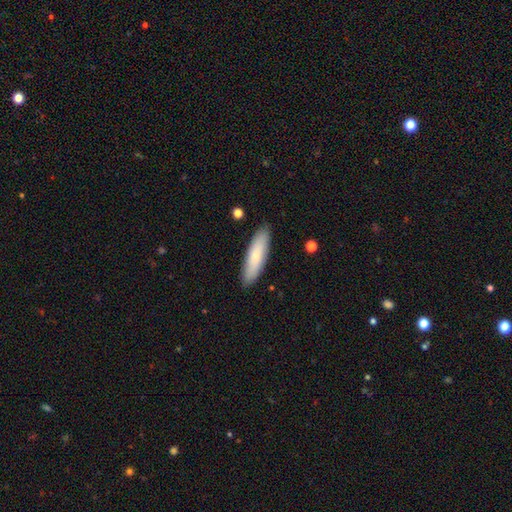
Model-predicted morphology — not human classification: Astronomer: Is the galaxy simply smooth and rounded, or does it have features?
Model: smooth — 74%.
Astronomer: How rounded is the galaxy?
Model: cigar-shaped — 64%.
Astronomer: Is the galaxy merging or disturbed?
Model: none — 88%.